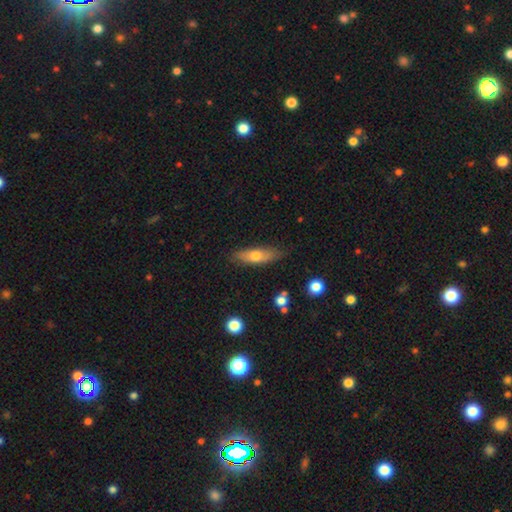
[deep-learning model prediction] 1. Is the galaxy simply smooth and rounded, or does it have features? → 61% smooth, 33% featured or disk, 6% star or artifact.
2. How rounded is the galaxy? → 50% cigar-shaped, 47% in between, 3% round.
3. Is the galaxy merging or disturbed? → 81% none, 14% minor disturbance, 3% major disturbance, 2% merger.